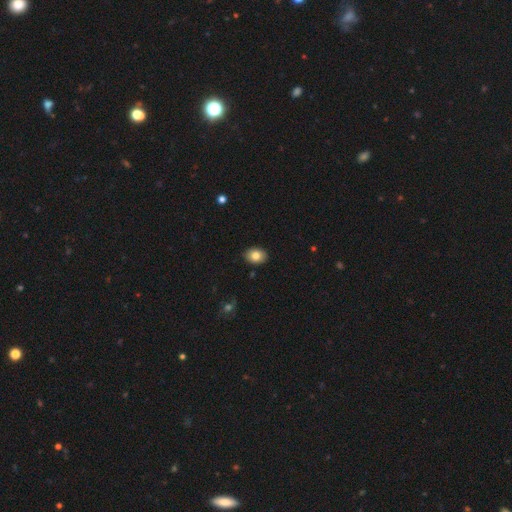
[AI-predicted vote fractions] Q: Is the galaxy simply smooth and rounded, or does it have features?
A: smooth — 82%.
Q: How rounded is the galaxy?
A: in between — 70%.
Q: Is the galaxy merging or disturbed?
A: none — 90%.